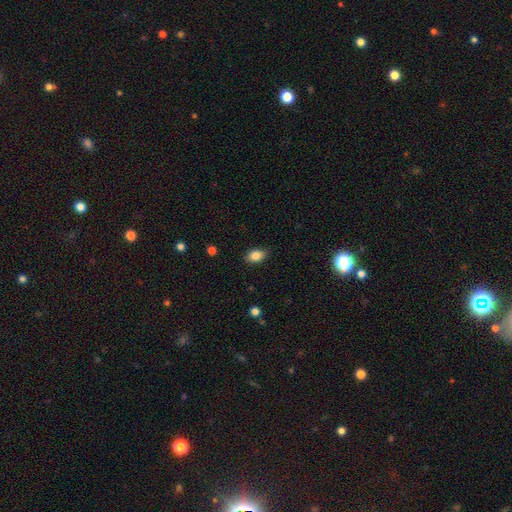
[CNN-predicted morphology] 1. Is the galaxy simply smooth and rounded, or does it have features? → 84% smooth, 8% star or artifact, 7% featured or disk.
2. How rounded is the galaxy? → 84% in between, 14% round, 2% cigar-shaped.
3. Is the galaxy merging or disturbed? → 84% none, 13% minor disturbance, 2% major disturbance, 1% merger.